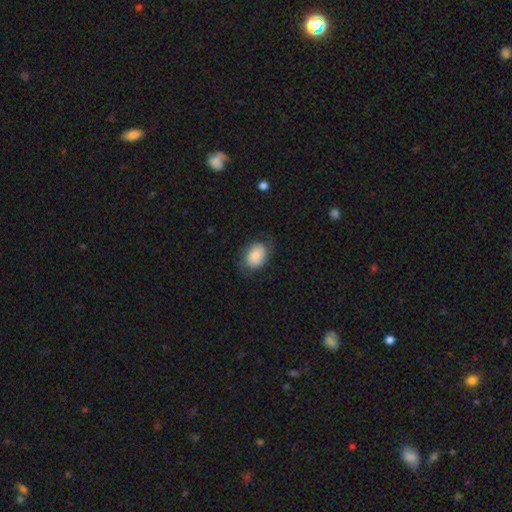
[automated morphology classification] This appears to be a smooth galaxy with no disk features (79%) that is in between round and cigar-shaped (73%). Merging: none (68%).